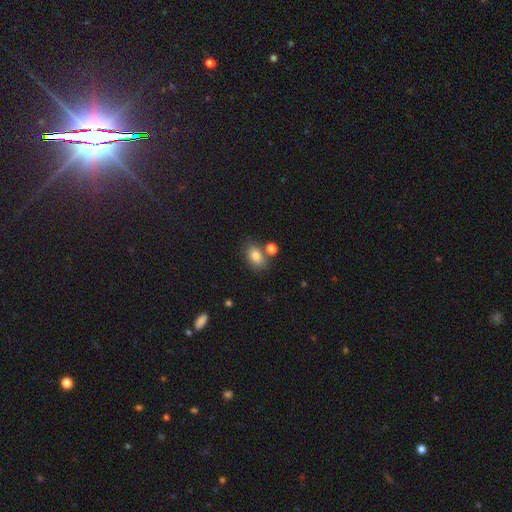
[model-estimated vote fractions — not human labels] A smooth galaxy with no disk features (82%) that is in between round and cigar-shaped (82%). Merging: none (66%).